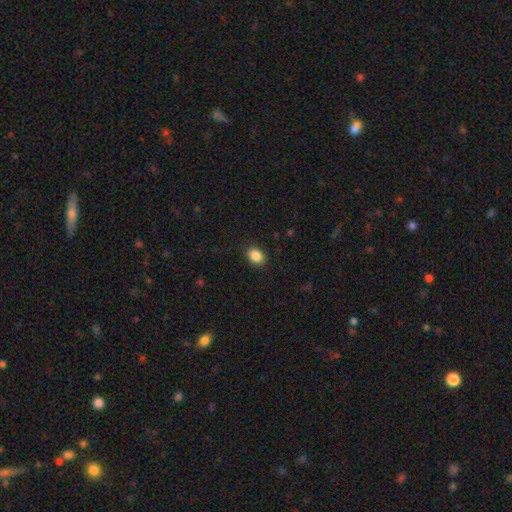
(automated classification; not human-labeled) This appears to be a smooth galaxy with no disk features (87%) that is in between round and cigar-shaped (65%). Merging: none (88%).